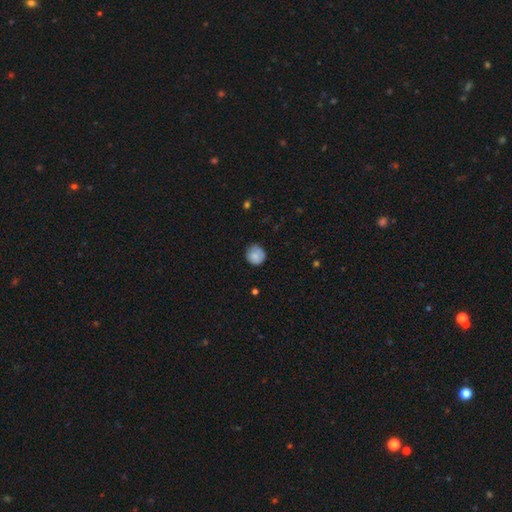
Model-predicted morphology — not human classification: A smooth galaxy with no disk features (80%) that is round (87%). Merging: none (74%).